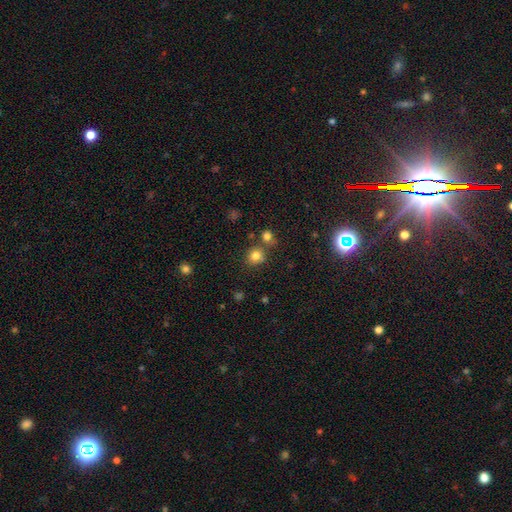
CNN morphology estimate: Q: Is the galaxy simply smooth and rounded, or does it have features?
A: smooth — 79%.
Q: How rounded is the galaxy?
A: round — 79%.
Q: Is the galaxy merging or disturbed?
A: none — 67%.